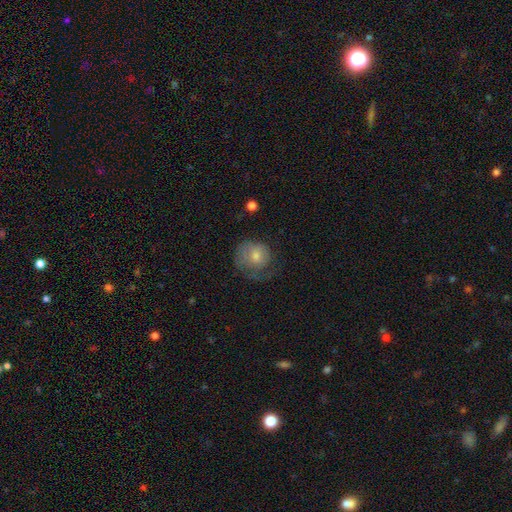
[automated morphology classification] Smooth or featured? Predicted: smooth (p=0.65). How rounded? Predicted: round (p=0.78). Merging? Predicted: none (p=0.41).